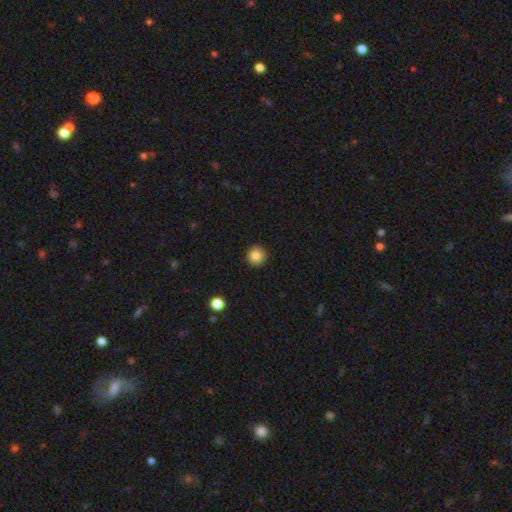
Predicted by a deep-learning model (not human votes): Overall: smooth (84%). How rounded: round (95%). Merging: none (93%).